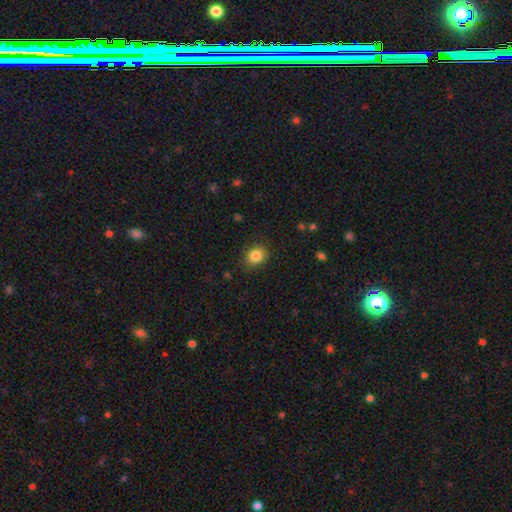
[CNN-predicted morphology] Smooth or featured: smooth — 85% (star or artifact — 10%)
How rounded: round — 53% (in between — 47%)
Merging: none — 85% (minor disturbance — 11%)